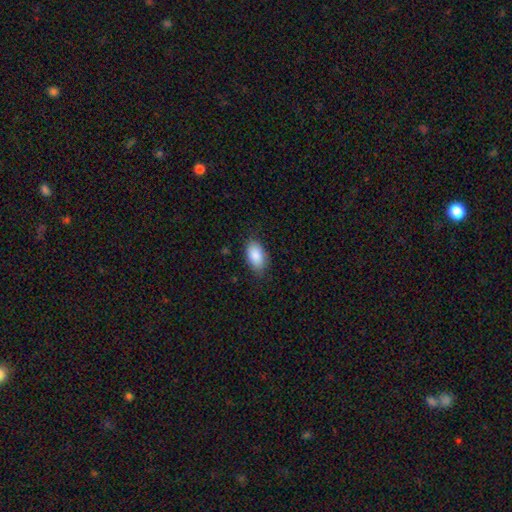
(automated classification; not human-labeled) A smooth galaxy with no disk features (88%) that is in between round and cigar-shaped (93%).

Vote fractions:
- Smooth or featured? smooth: 88% / star or artifact: 7% / featured or disk: 6%
- How rounded? in between: 93% / round: 4% / cigar-shaped: 2%
- Merging? none: 79% / minor disturbance: 16% / major disturbance: 3% / merger: 1%